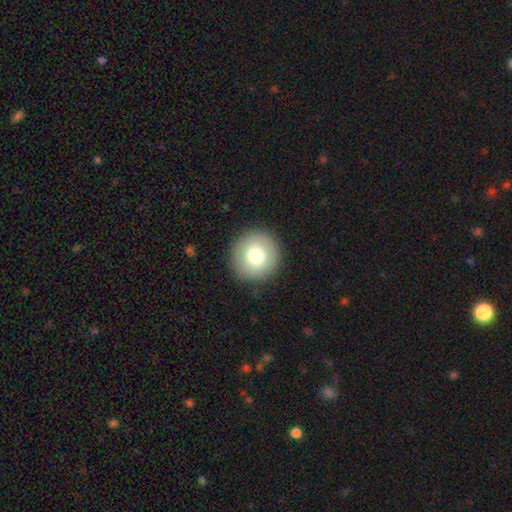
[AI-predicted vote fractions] A smooth galaxy with no disk features (76%) that is round (94%).

Vote fractions:
- Smooth or featured? smooth: 76% / featured or disk: 15% / star or artifact: 9%
- How rounded? round: 94% / in between: 5% / cigar-shaped: 1%
- Merging? none: 91% / minor disturbance: 6% / major disturbance: 2% / merger: 1%